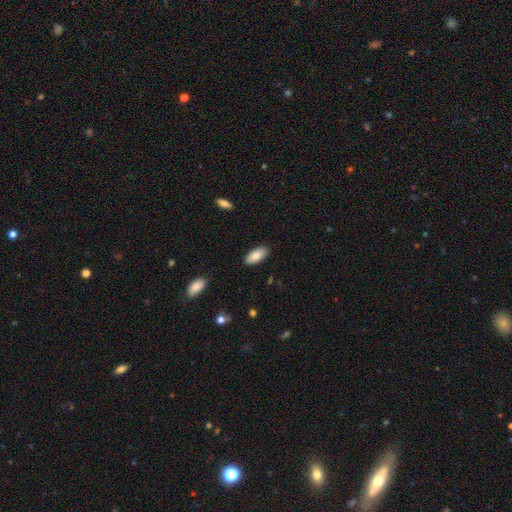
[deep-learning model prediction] Morphology: type=smooth (83%); roundness=in between (90%); merging=none (88%).